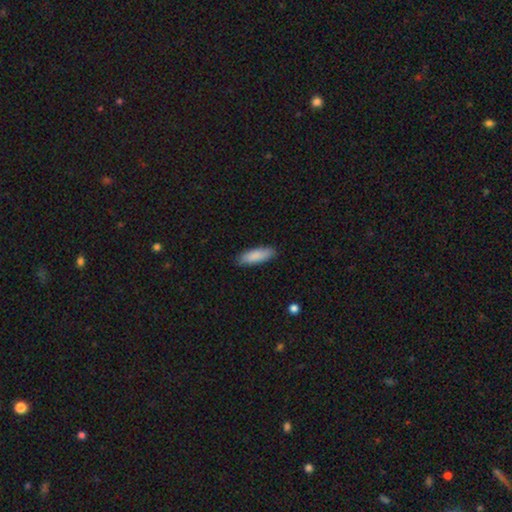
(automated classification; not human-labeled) The model was most divided on "how rounded": in between: 53%, cigar-shaped: 45%, round: 1%. More confident: smooth or featured — smooth (88%); merging — none (88%).